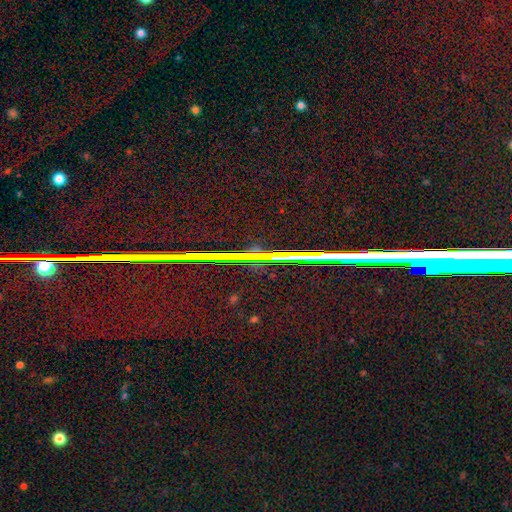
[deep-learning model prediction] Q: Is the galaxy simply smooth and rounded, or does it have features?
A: star or artifact — 83%.